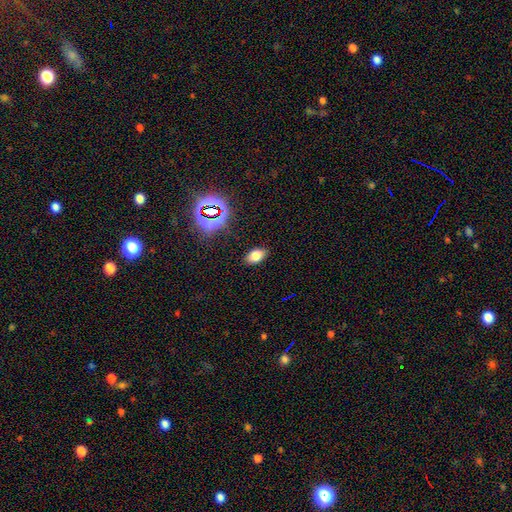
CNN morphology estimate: Overall: smooth (75%). How rounded: in between (90%). Merging: none (86%).